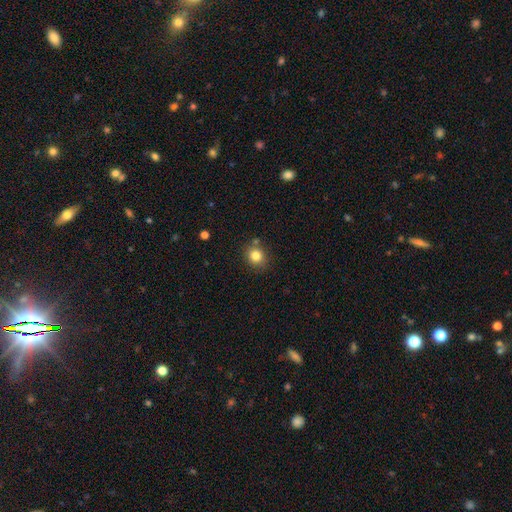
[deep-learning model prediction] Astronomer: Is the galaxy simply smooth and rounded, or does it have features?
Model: smooth — 82%.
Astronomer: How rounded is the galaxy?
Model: round — 77%.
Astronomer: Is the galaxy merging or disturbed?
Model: none — 80%.